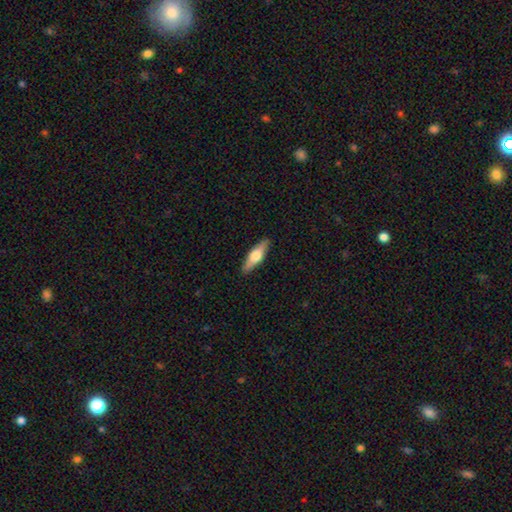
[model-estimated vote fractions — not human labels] The model was most divided on "smooth or featured": smooth: 52%, featured or disk: 43%, star or artifact: 5%. More confident: merging — none (90%); how rounded — cigar-shaped (56%).